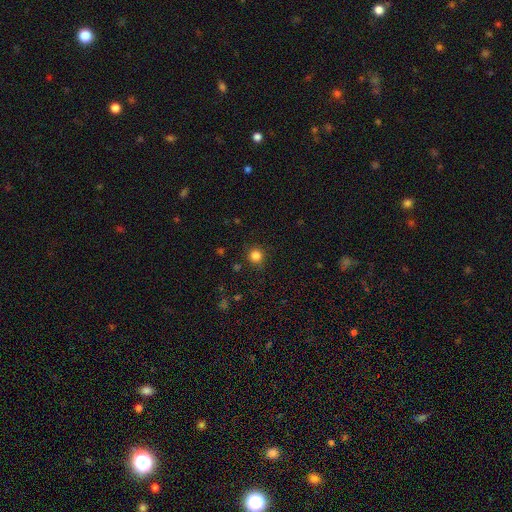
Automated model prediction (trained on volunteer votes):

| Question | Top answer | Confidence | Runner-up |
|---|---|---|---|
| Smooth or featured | smooth | 83% | star or artifact (13%) |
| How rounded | round | 94% | in between (6%) |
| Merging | none | 88% | minor disturbance (8%) |